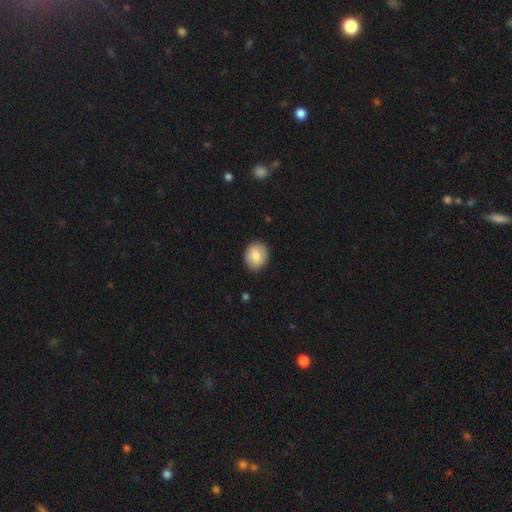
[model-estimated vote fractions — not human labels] This is clearly a smooth galaxy (81%). How rounded: likely round (65%). Merging: clearly none (87%).